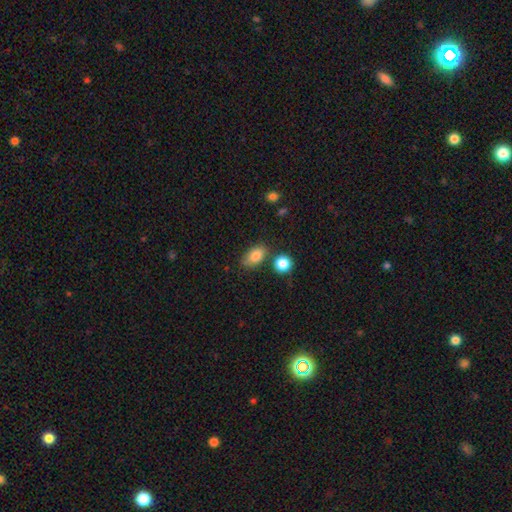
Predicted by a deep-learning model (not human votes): This appears to be a smooth galaxy with no disk features (83%) that is in between round and cigar-shaped (86%). Merging: none (70%).